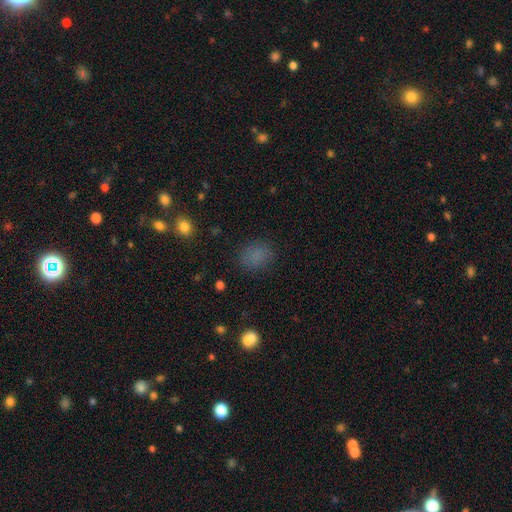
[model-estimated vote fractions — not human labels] A smooth galaxy with no disk features (78%) that is in between round and cigar-shaped (59%).

Vote fractions:
- Smooth or featured? smooth: 78% / star or artifact: 16% / featured or disk: 6%
- How rounded? in between: 59% / round: 39% / cigar-shaped: 1%
- Merging? none: 80% / minor disturbance: 13% / major disturbance: 5% / merger: 2%